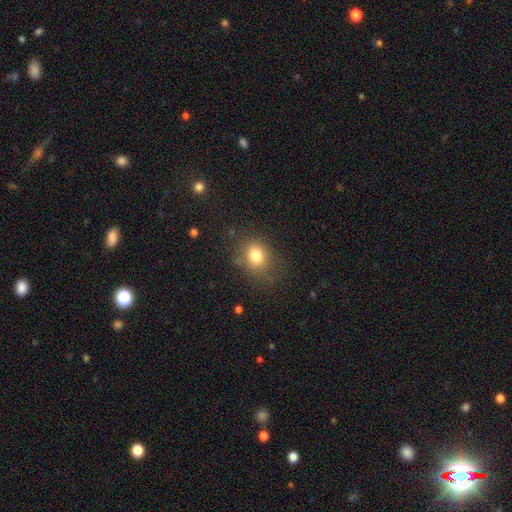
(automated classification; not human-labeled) The model was most divided on "how rounded": round: 59%, in between: 40%, cigar-shaped: 1%. More confident: smooth or featured — smooth (78%); merging — none (71%).